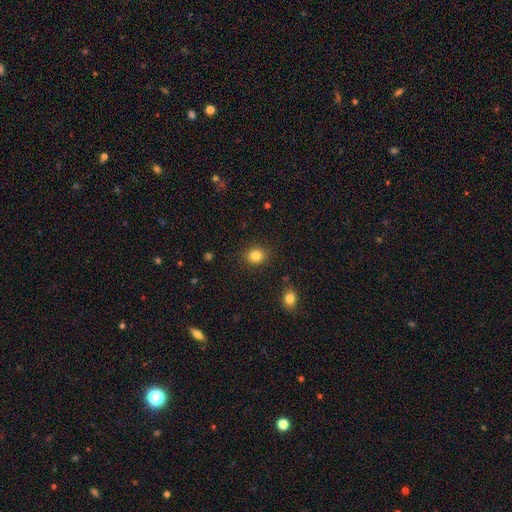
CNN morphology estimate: type=smooth (83%); roundness=round (73%); merging=none (88%).